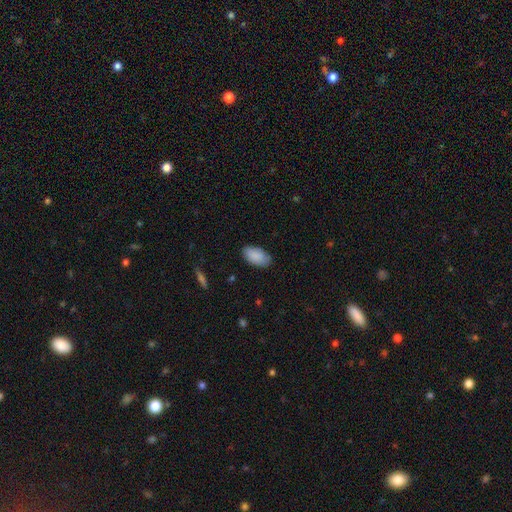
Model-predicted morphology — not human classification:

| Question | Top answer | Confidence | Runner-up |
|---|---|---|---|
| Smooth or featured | smooth | 88% | featured or disk (6%) |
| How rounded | in between | 95% | round (3%) |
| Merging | none | 79% | minor disturbance (17%) |